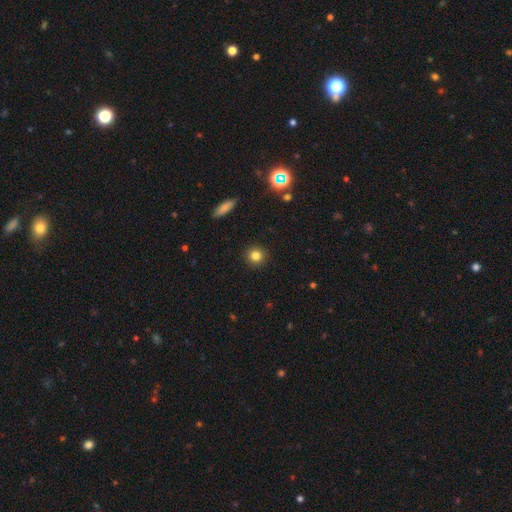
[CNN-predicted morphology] This is clearly a smooth galaxy (81%). How rounded: clearly round (92%). Merging: clearly none (92%).